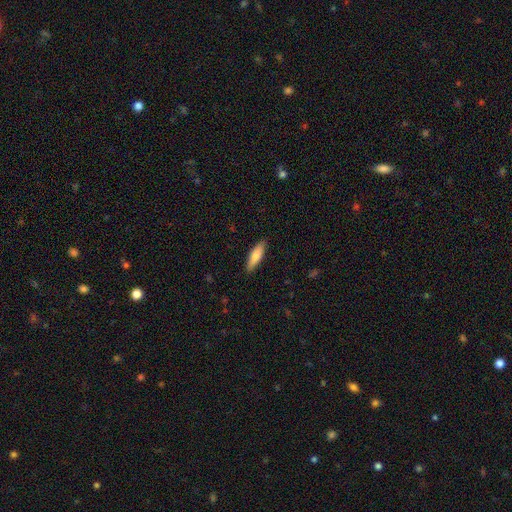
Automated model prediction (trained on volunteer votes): This appears to be a smooth galaxy with no disk features (78%) that is cigar-shaped (57%). Merging: none (89%).